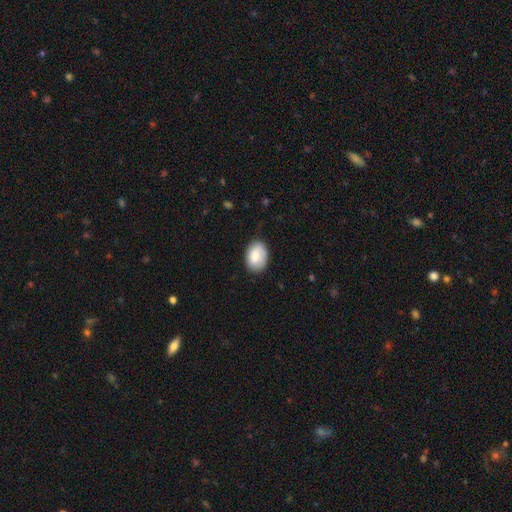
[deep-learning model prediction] smooth 84%, featured or disk 10%, star or artifact 6%. Down the decision tree: how rounded — in between (85%); merging — none (78%).